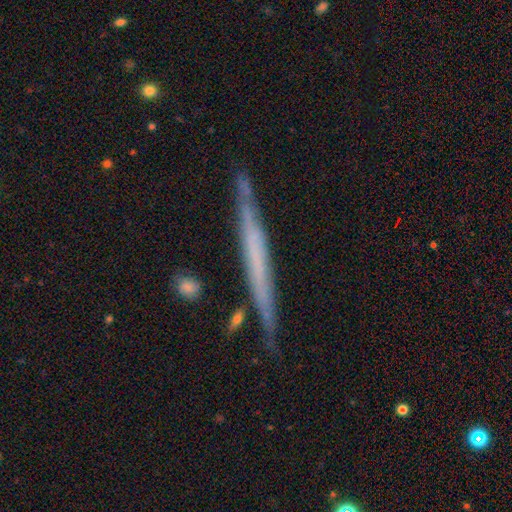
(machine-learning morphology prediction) featured or disk 59%, smooth 34%, star or artifact 7%. Down the decision tree: edge-on disk — yes (96%); edge-on bulge — none (86%); merging — none (83%).